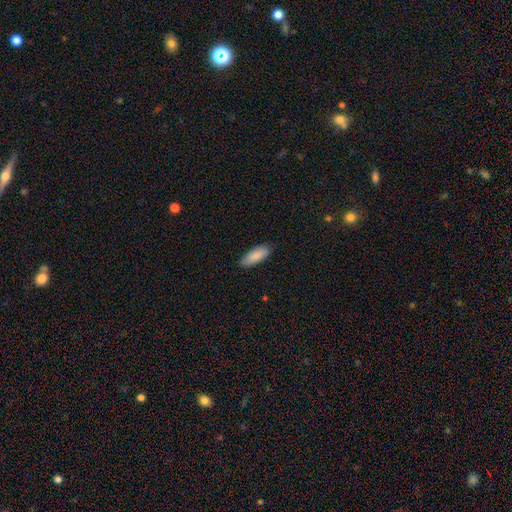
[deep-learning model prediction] A smooth galaxy with no disk features (87%) that is in between round and cigar-shaped (72%). Merging: none (86%).